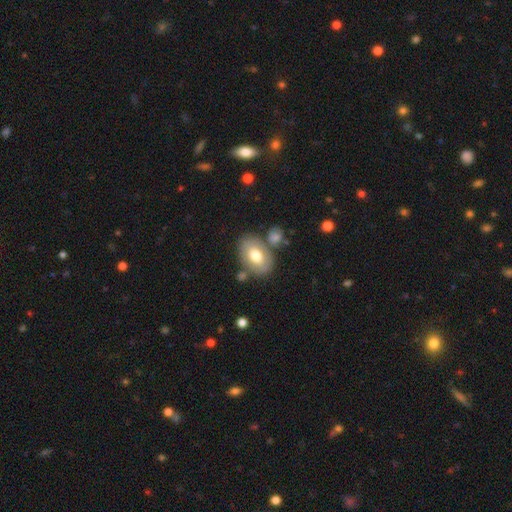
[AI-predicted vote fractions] smooth_or_featured: smooth (p=0.67) [alt: featured or disk p=0.27]
how_rounded: in between (p=0.85) [alt: round p=0.13]
merging: none (p=0.69) [alt: minor disturbance p=0.14]